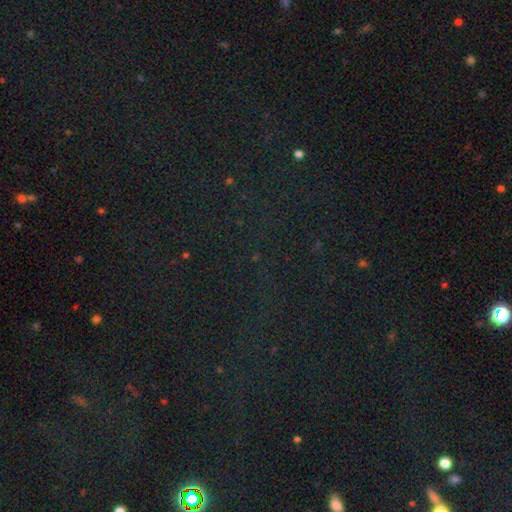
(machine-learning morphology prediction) This appears to be a star or artifact, not a galaxy (81%).